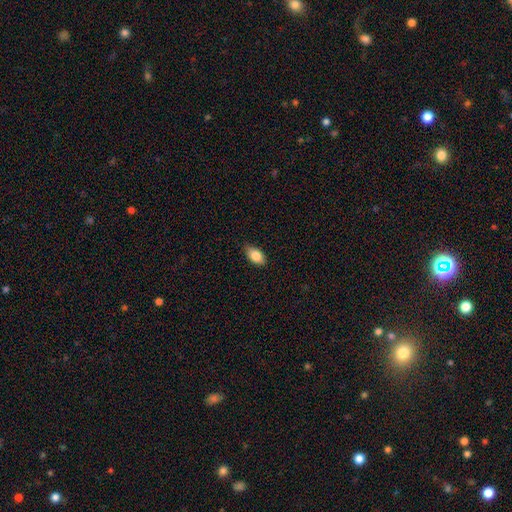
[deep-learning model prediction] Smooth or featured? Predicted: smooth (p=0.85). How rounded? Predicted: in between (p=0.91). Merging? Predicted: none (p=0.82).